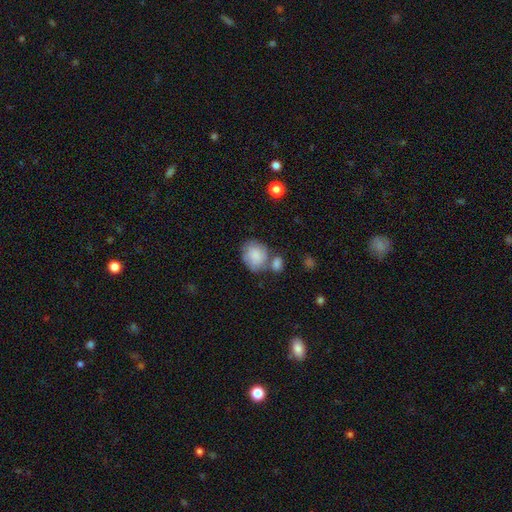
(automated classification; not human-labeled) Morphology: type=smooth (82%); roundness=round (58%); merging=none (44%).